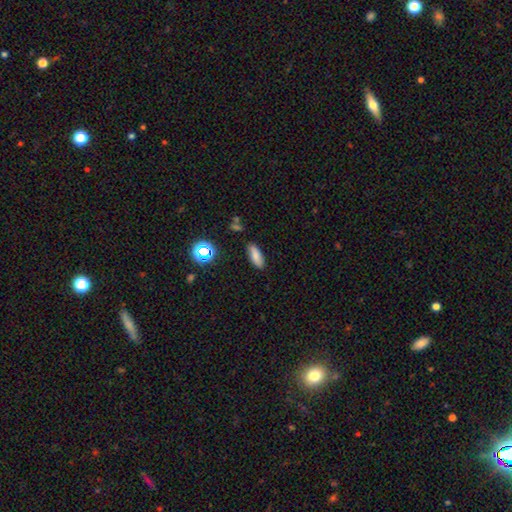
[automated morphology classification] This appears to be a smooth galaxy with no disk features (79%) that is in between round and cigar-shaped (68%). Merging: none (84%).